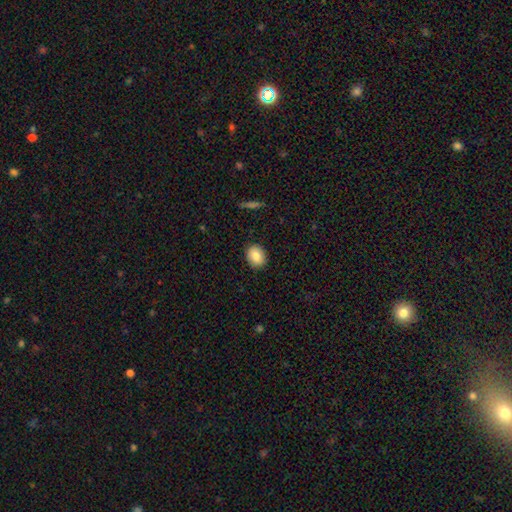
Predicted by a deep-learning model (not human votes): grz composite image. It shows a smooth galaxy with no disk features (84%) that is round (57%). Merging: none (90%).